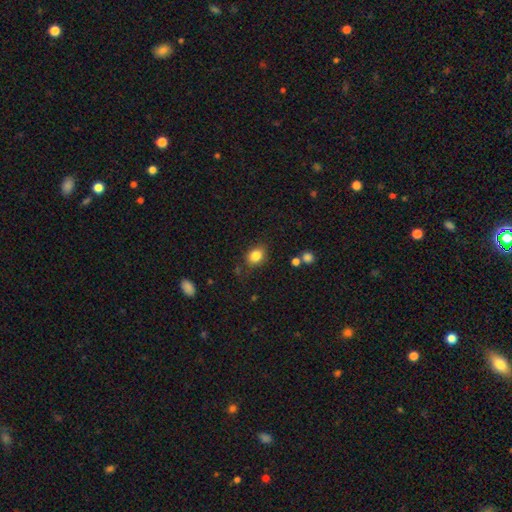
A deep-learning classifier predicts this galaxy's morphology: Smooth or featured?
  - smooth: 84% *
  - star or artifact: 10%
  - featured or disk: 6%
How rounded?
  - in between: 58% *
  - round: 41%
  - cigar-shaped: 1%
Merging?
  - none: 78% *
  - minor disturbance: 15%
  - major disturbance: 4%
  - merger: 3%